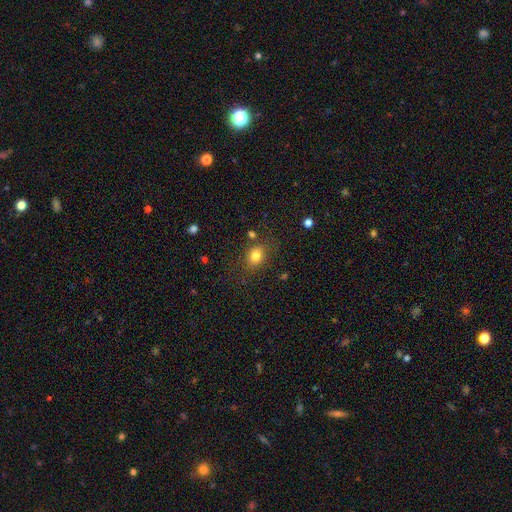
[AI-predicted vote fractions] Smooth or featured: smooth — 80% (star or artifact — 12%)
How rounded: in between — 57% (round — 42%)
Merging: none — 77% (minor disturbance — 14%)